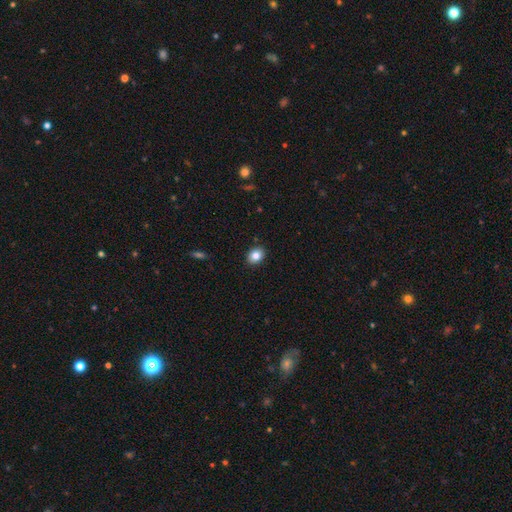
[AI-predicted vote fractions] Overall: smooth (84%). How rounded: in between (61%; round 38%). Merging: none (90%).